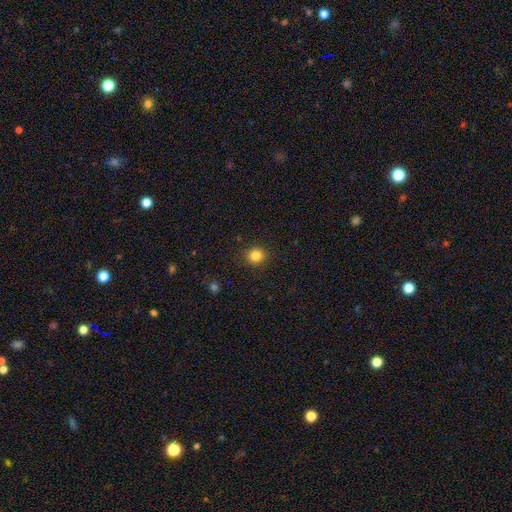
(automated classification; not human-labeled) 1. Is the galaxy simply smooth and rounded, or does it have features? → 83% smooth, 12% star or artifact, 5% featured or disk.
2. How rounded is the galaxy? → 87% round, 12% in between, 1% cigar-shaped.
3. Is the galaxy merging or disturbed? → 90% none, 7% minor disturbance, 2% major disturbance, 1% merger.